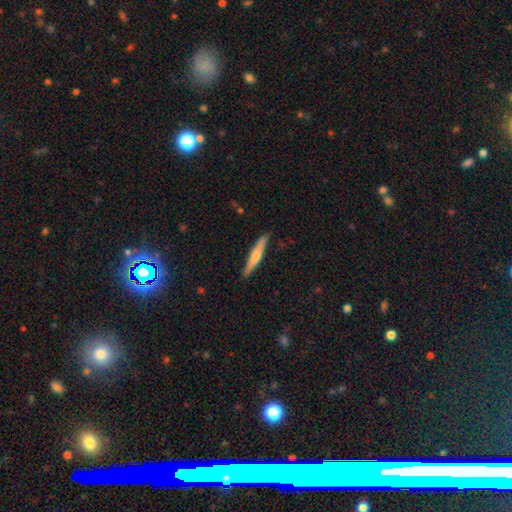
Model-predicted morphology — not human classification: This appears to be a featured or disk galaxy (53%) viewed edge-on (96%) with a rounded central bulge (77%). Merging: none (89%).